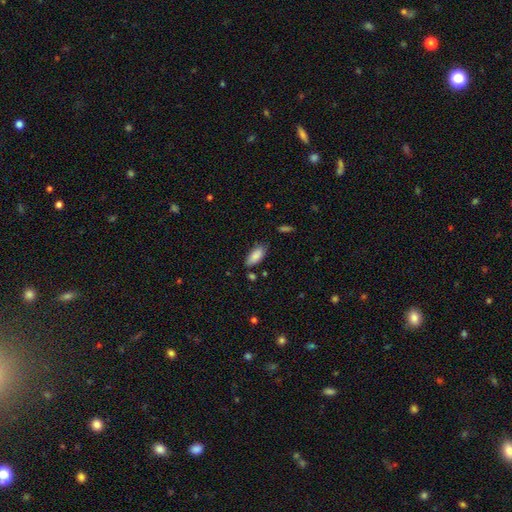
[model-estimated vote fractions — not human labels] smooth_or_featured: smooth (p=0.86) [alt: featured or disk p=0.07]
how_rounded: in between (p=0.87) [alt: cigar-shaped p=0.11]
merging: none (p=0.76) [alt: minor disturbance p=0.18]